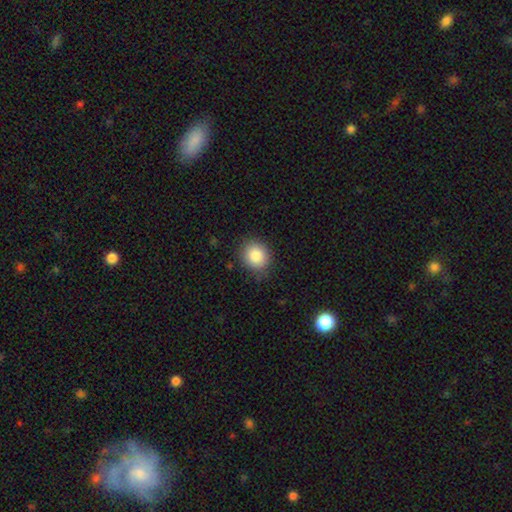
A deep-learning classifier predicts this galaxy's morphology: A smooth galaxy with no disk features (86%) that is round (74%). Merging: none (81%).